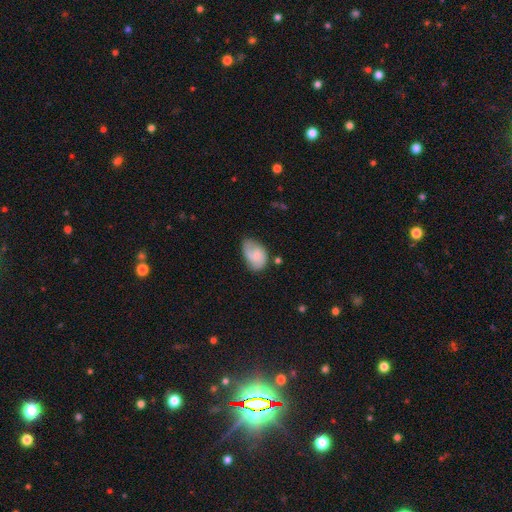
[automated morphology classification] type=smooth (51%); roundness=in between (85%); merging=none (46%).